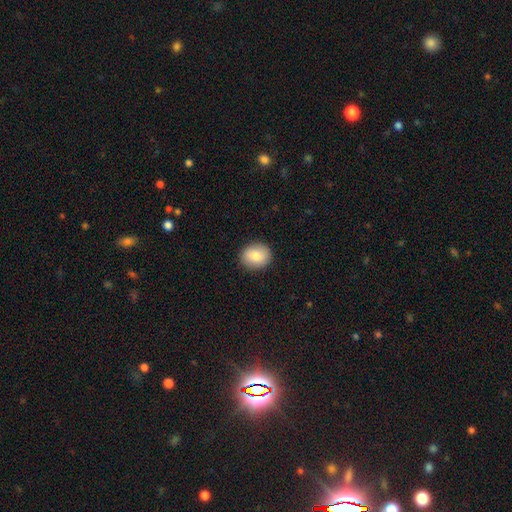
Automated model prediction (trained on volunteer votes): smooth 81%, featured or disk 11%, star or artifact 8%. Down the decision tree: how rounded — round (73%); merging — none (90%).